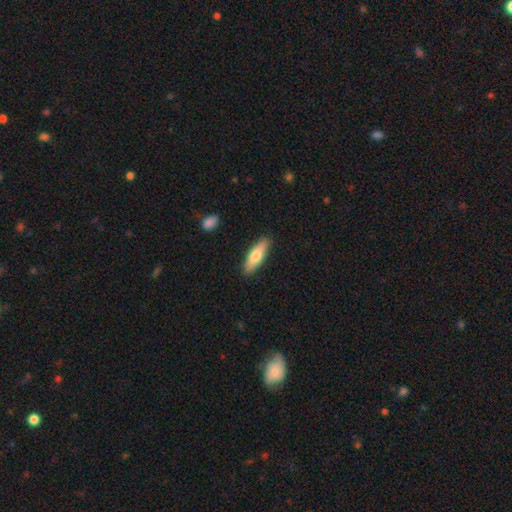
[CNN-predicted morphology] Smooth or featured?
  - smooth: 68% *
  - featured or disk: 27%
  - star or artifact: 5%
How rounded?
  - cigar-shaped: 53% *
  - in between: 45%
  - round: 2%
Merging?
  - none: 87% *
  - minor disturbance: 9%
  - major disturbance: 2%
  - merger: 1%